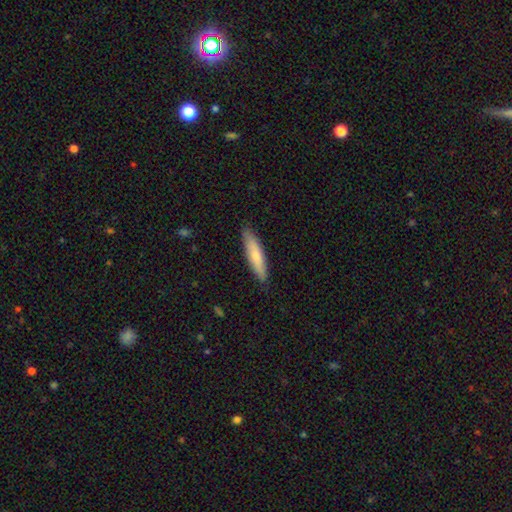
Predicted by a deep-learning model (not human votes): smooth 70%, featured or disk 25%, star or artifact 5%. Down the decision tree: how rounded — cigar-shaped (79%); merging — none (87%).